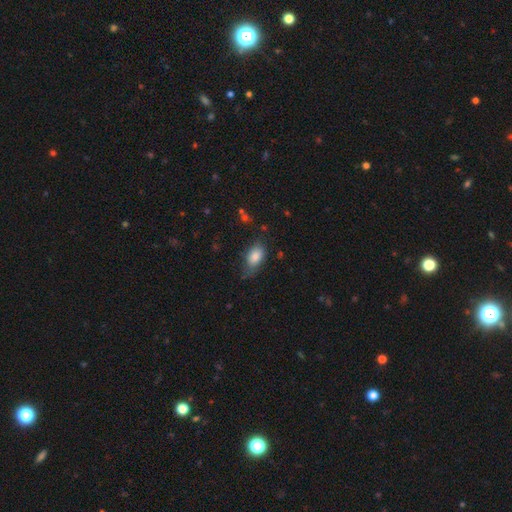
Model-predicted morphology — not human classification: type=smooth (83%); roundness=in between (91%); merging=none (61%).